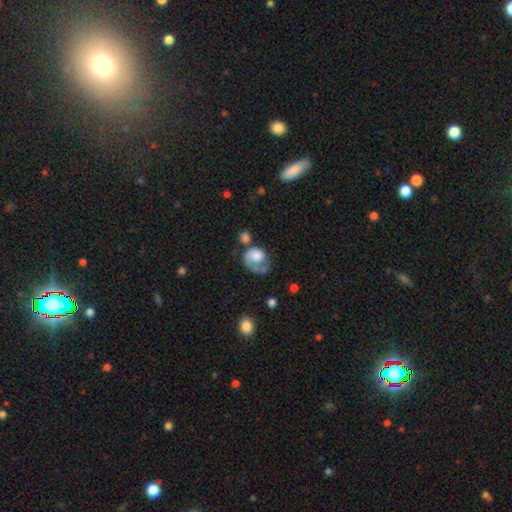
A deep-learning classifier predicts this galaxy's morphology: Smooth or featured? Predicted: featured or disk (p=0.52). Edge-on disk? Predicted: no (p=0.98). Bar? Predicted: no (p=0.81). Spiral arms? Predicted: yes (p=0.77). Bulge size? Predicted: moderate (p=0.34). Merging? Predicted: major disturbance (p=0.36).